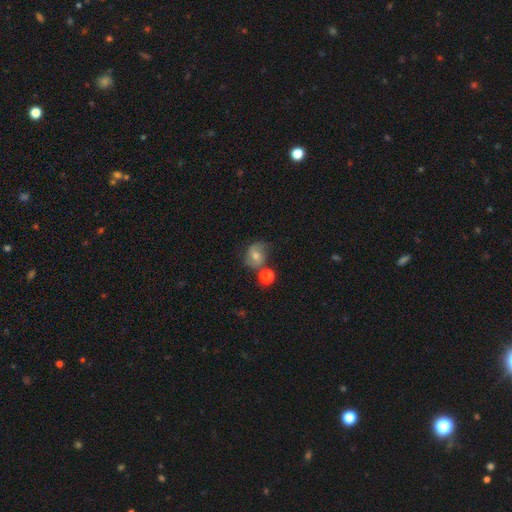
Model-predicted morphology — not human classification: Overall: featured or disk (56%; smooth 31%). Edge-on disk: no (97%). Bar: no (58%; weak 34%). Spiral arms: yes (86%). Bulge size: moderate (63%; small 30%). Merging: none (62%).